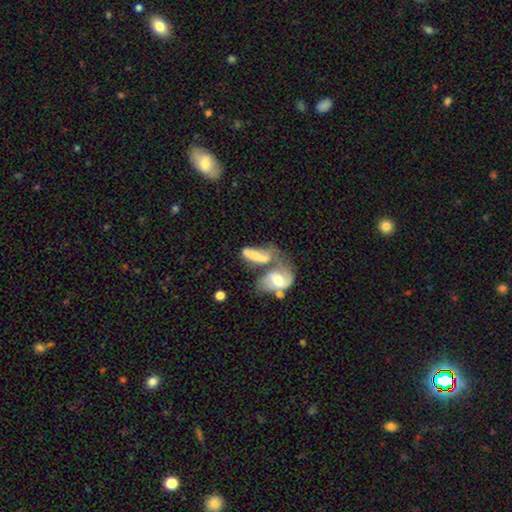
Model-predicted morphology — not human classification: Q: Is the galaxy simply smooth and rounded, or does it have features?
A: featured or disk — 51%.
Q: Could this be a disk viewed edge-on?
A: no — 90%.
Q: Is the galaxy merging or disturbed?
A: merger — 72%.